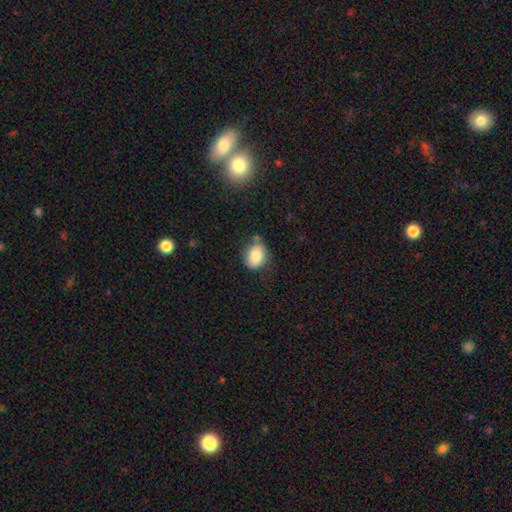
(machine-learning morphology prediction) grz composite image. It shows a smooth galaxy with no disk features (81%) that is in between round and cigar-shaped (56%). Merging: none (67%).